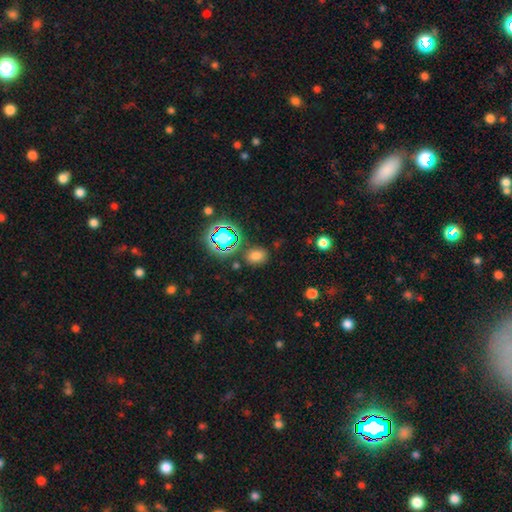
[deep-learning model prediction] Smooth or featured? Predicted: smooth (p=0.69). How rounded? Predicted: in between (p=0.69). Merging? Predicted: none (p=0.80).